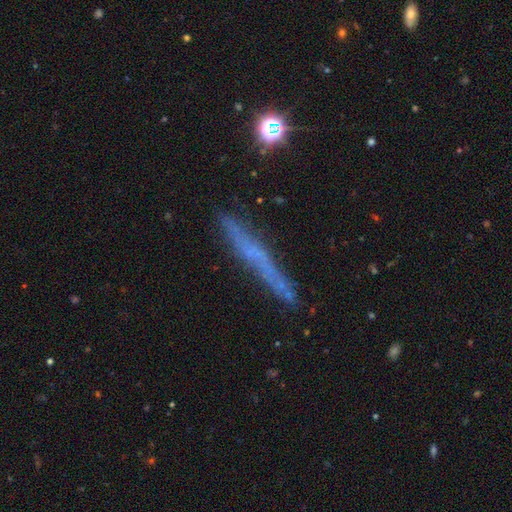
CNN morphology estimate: smooth-or-featured: featured or disk: 52% | smooth: 38% | star or artifact: 10%
  disk-edge-on: yes: 92% | no: 8%
  merging: none: 80% | minor disturbance: 14% | major disturbance: 3% | merger: 2%